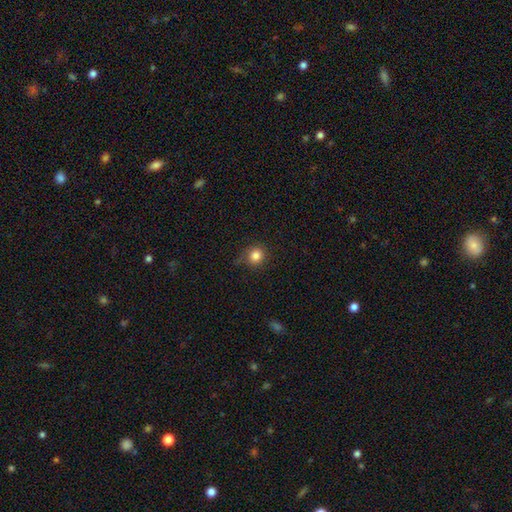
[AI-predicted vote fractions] This appears to be a smooth galaxy with no disk features (83%) that is round (90%). Merging: none (80%).